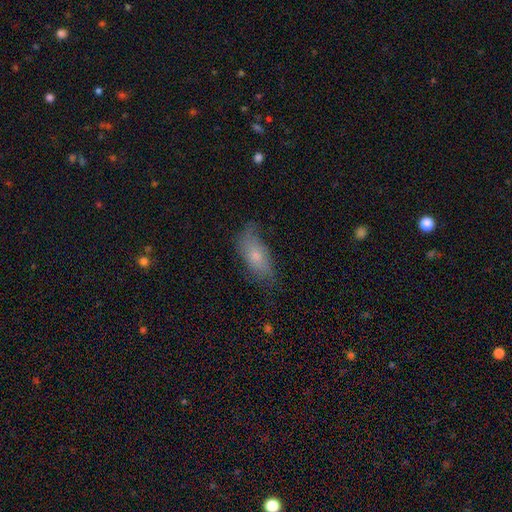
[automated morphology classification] A smooth galaxy with no disk features (66%) that is in between round and cigar-shaped (81%).

Vote fractions:
- Smooth or featured? smooth: 66% / featured or disk: 26% / star or artifact: 9%
- How rounded? in between: 81% / cigar-shaped: 15% / round: 4%
- Merging? none: 54% / minor disturbance: 31% / major disturbance: 13% / merger: 2%